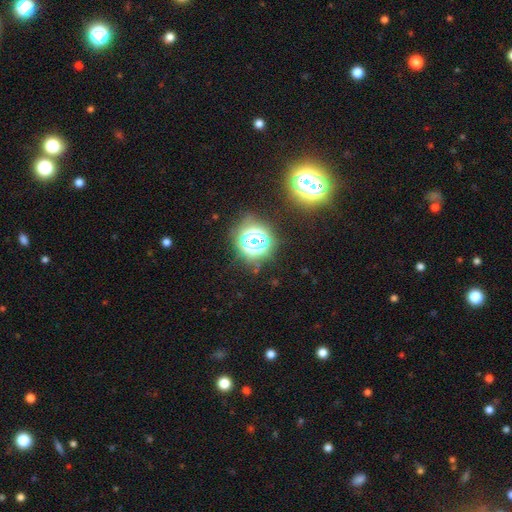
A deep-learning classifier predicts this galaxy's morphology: star or artifact 76%, smooth 18%, featured or disk 6%.